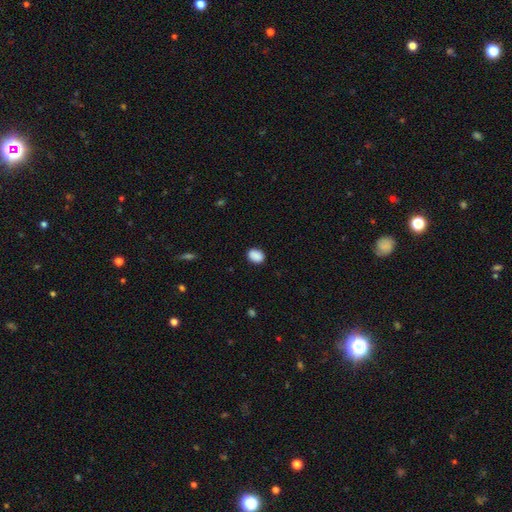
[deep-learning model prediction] A smooth galaxy with no disk features (89%) that is in between round and cigar-shaped (67%).

Vote fractions:
- Smooth or featured? smooth: 89% / star or artifact: 8% / featured or disk: 3%
- How rounded? in between: 67% / round: 32% / cigar-shaped: 1%
- Merging? none: 87% / minor disturbance: 10% / major disturbance: 2% / merger: 1%